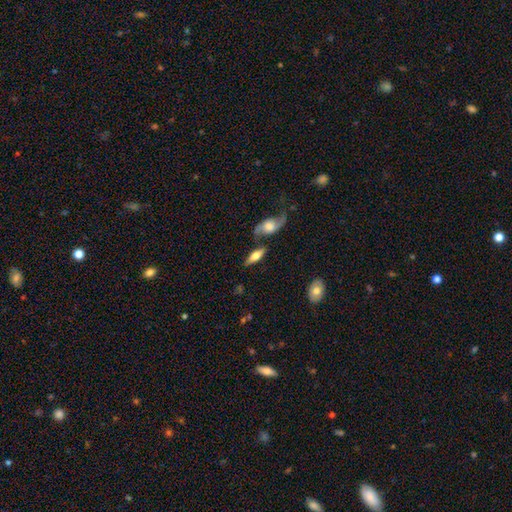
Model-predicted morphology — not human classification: The model was most divided on "smooth or featured": smooth: 57%, featured or disk: 37%, star or artifact: 6%. More confident: how rounded — in between (70%); merging — none (64%).